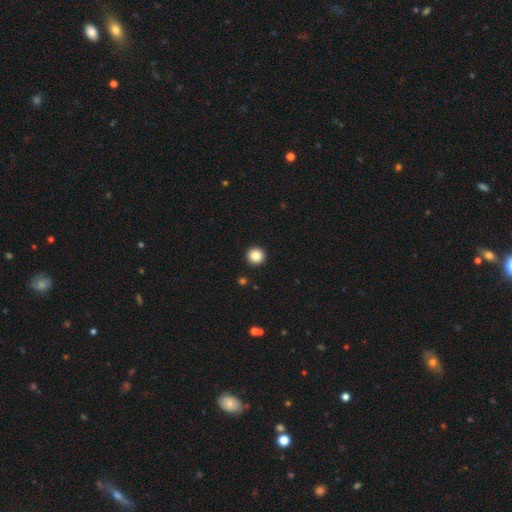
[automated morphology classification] Smooth or featured? Predicted: smooth (p=0.85). How rounded? Predicted: round (p=0.96). Merging? Predicted: none (p=0.94).